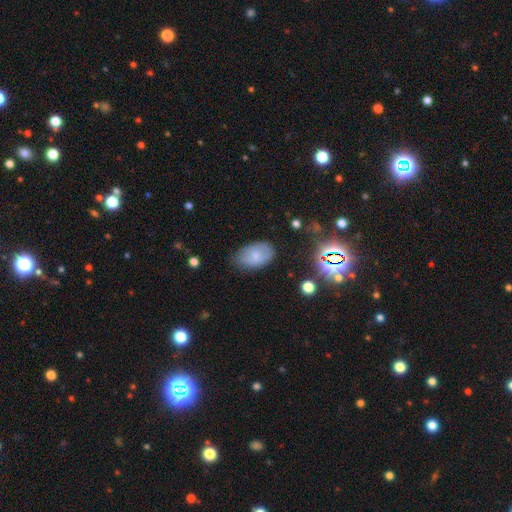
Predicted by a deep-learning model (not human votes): This is likely a smooth galaxy (65%). How rounded: clearly in between (90%). Merging: likely none (67%).